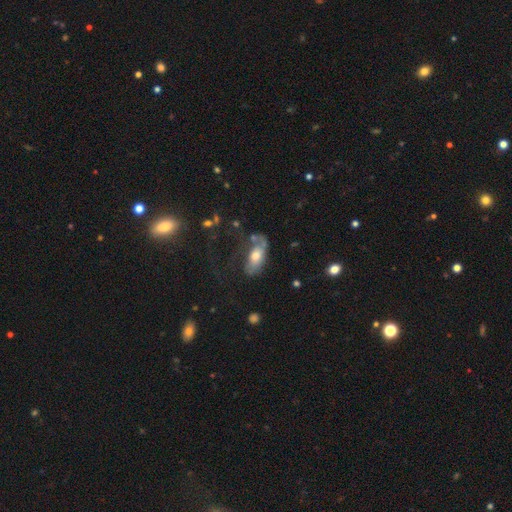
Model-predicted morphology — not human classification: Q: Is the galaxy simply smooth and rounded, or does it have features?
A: smooth — 53%.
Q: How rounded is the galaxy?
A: in between — 85%.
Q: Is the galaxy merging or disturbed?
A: none — 35%.